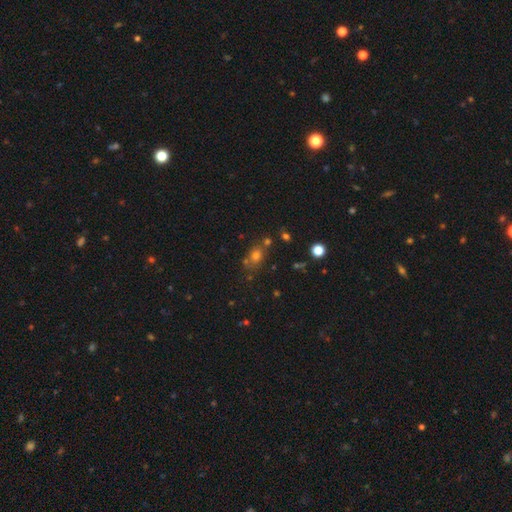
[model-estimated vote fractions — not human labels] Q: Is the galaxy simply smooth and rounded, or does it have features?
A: smooth — 63%.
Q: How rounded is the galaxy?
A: round — 54%.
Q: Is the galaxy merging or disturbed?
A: none — 67%.